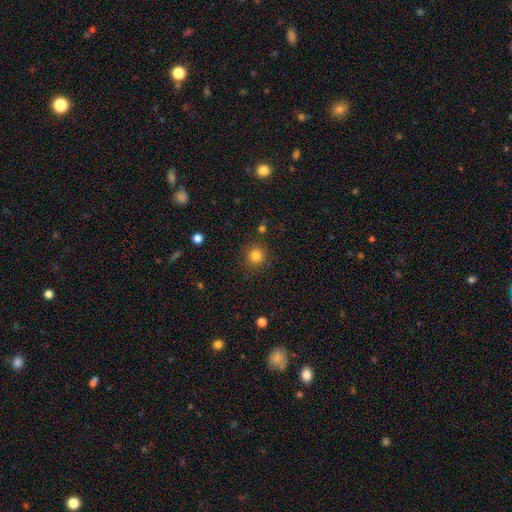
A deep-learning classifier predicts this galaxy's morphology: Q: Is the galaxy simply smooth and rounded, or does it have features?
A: smooth — 83%.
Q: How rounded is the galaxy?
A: round — 94%.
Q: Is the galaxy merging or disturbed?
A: none — 88%.